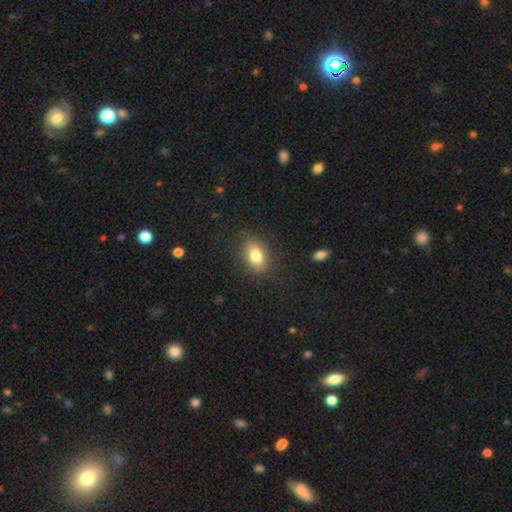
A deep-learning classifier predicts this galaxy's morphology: Smooth or featured? Predicted: smooth (p=0.80). How rounded? Predicted: in between (p=0.82). Merging? Predicted: none (p=0.84).